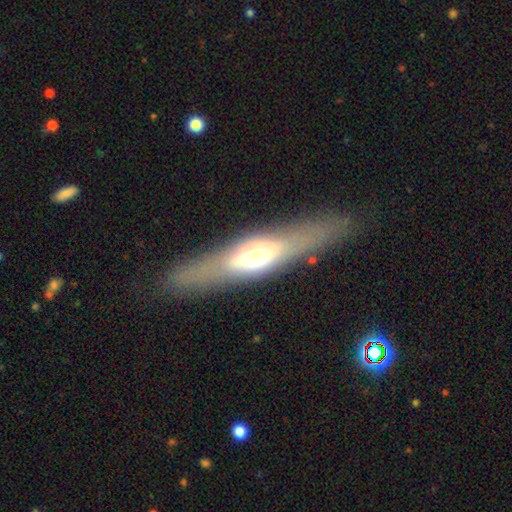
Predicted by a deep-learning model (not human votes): This is possibly a featured or disk galaxy (60%). It is clearly viewed edge-on (84%). Merging: clearly none (86%).